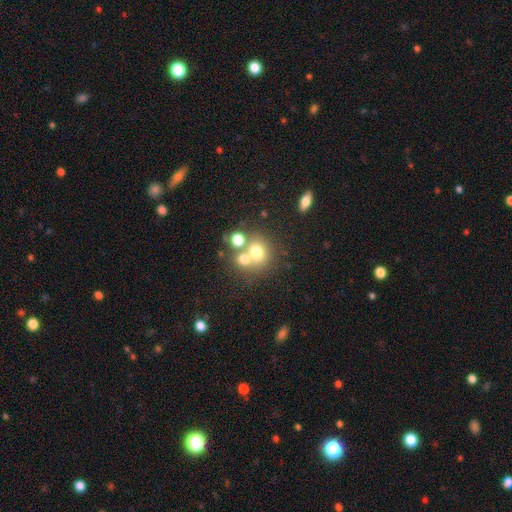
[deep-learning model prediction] This is likely a smooth galaxy (63%). How rounded: likely round (74%). Merging: marginally merger (45%).